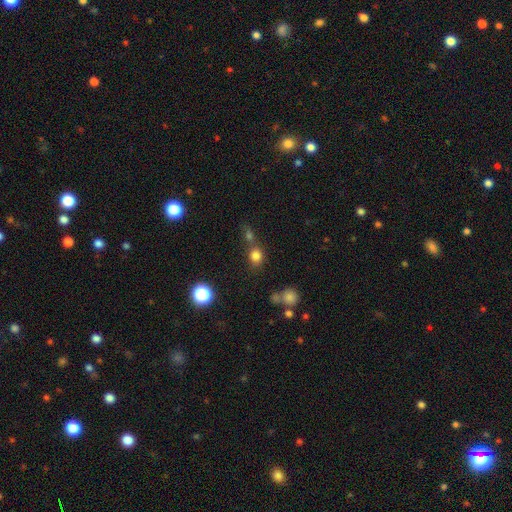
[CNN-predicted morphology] Smooth or featured?
  - smooth: 78% *
  - star or artifact: 16%
  - featured or disk: 7%
How rounded?
  - round: 75% *
  - in between: 23%
  - cigar-shaped: 1%
Merging?
  - none: 59% *
  - merger: 25%
  - minor disturbance: 11%
  - major disturbance: 5%